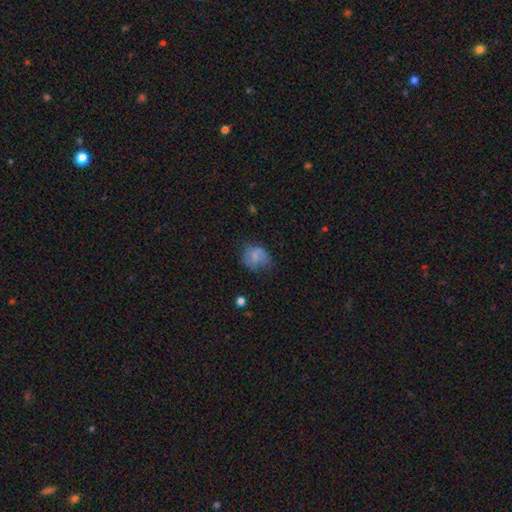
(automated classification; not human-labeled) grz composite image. It shows a smooth galaxy with no disk features (67%) that is round (60%). Merging: none (47%).